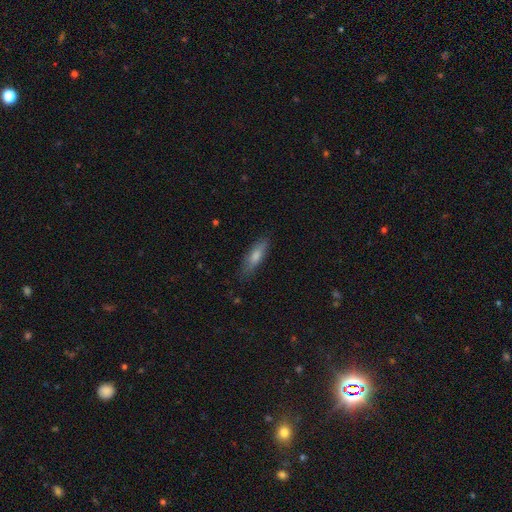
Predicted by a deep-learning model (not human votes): The model was most divided on "how rounded": cigar-shaped: 55%, in between: 43%, round: 2%. More confident: merging — none (80%); smooth or featured — smooth (72%).